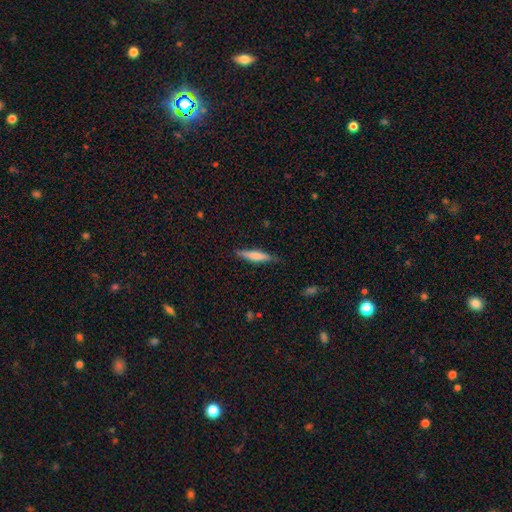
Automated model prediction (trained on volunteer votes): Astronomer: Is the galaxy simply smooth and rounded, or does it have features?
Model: smooth — 67%.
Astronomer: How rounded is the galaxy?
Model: cigar-shaped — 88%.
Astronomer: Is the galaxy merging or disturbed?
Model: none — 83%.